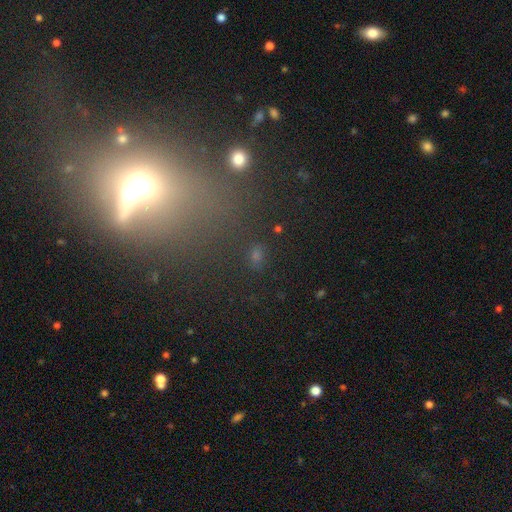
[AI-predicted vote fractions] Smooth or featured? smooth (60%)
How rounded? in between (69%)
Merging? none (79%)